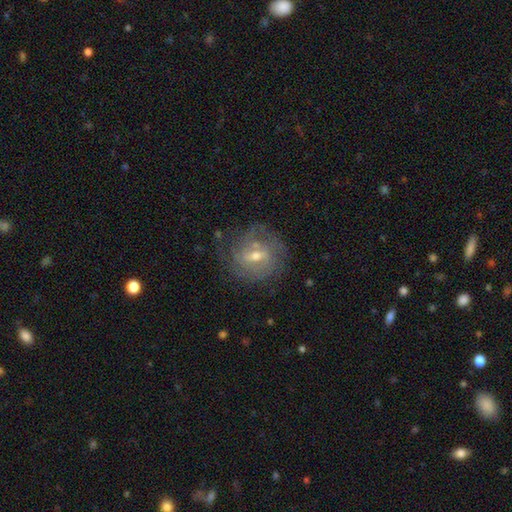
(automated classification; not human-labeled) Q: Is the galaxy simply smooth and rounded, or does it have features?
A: featured or disk — 74%.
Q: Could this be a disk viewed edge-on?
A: no — 96%.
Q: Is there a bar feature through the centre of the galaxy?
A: weak — 55%.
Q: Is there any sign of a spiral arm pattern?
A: yes — 82%.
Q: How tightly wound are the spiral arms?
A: tight — 55%.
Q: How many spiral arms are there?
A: can't tell — 45%.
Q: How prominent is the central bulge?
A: moderate — 58%.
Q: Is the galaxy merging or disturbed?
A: none — 67%.